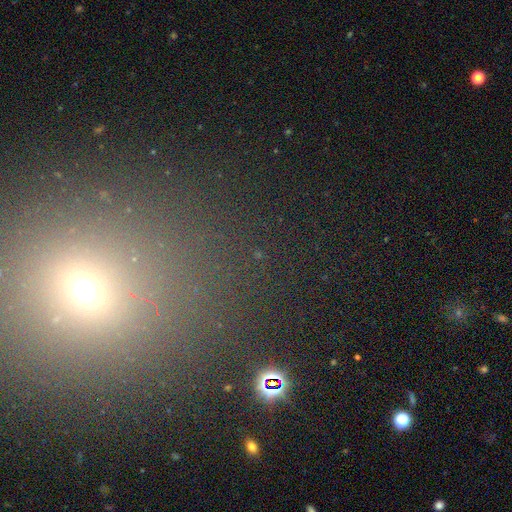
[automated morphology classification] Smooth or featured?
  - star or artifact: 57% *
  - smooth: 31%
  - featured or disk: 11%